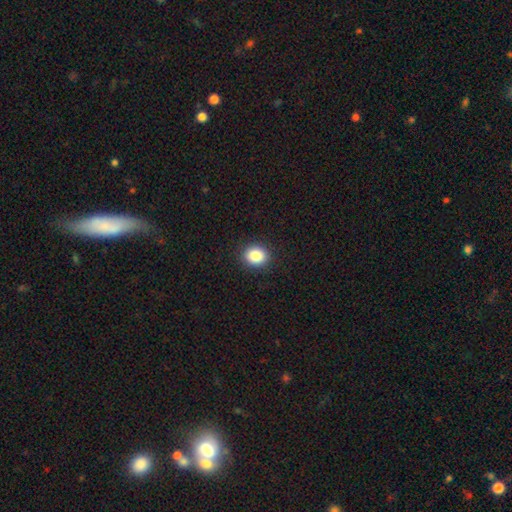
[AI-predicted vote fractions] Smooth or featured?
  - smooth: 86% *
  - star or artifact: 10%
  - featured or disk: 5%
How rounded?
  - round: 74% *
  - in between: 25%
  - cigar-shaped: 1%
Merging?
  - none: 91% *
  - minor disturbance: 6%
  - major disturbance: 2%
  - merger: 1%